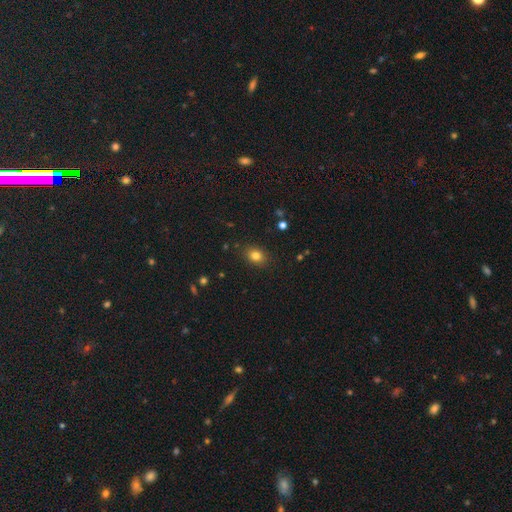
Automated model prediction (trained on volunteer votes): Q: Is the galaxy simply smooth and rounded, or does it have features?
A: smooth — 81%.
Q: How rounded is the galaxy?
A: in between — 57%.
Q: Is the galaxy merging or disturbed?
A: none — 87%.